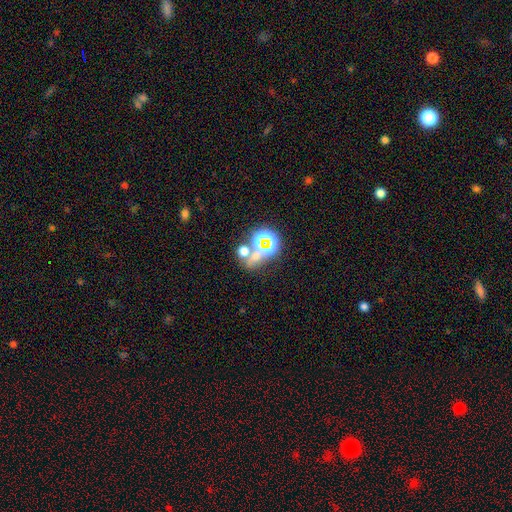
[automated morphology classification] A star or artifact, not a galaxy (49%).